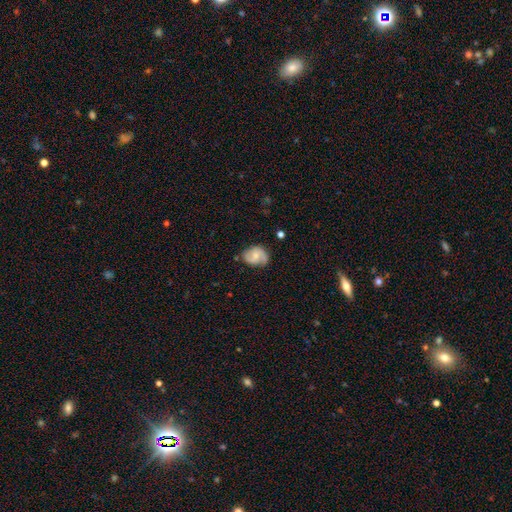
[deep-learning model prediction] Overall: featured or disk (67%). Edge-on disk: no (98%). Bar: no (49%; weak 43%). Spiral arms: yes (93%). Spiral arm count: 2 (85%). Spiral winding: medium (49%; tight 29%). Bulge size: small (46%; moderate 39%). Merging: none (73%).